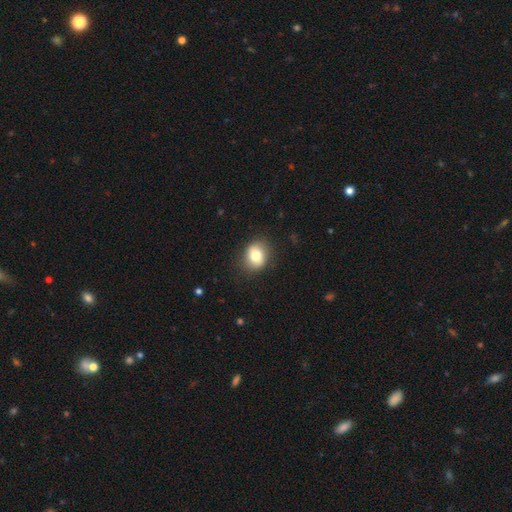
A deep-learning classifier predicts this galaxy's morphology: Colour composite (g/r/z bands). It shows a smooth galaxy with no disk features (78%) that is round (54%). Merging: none (83%).